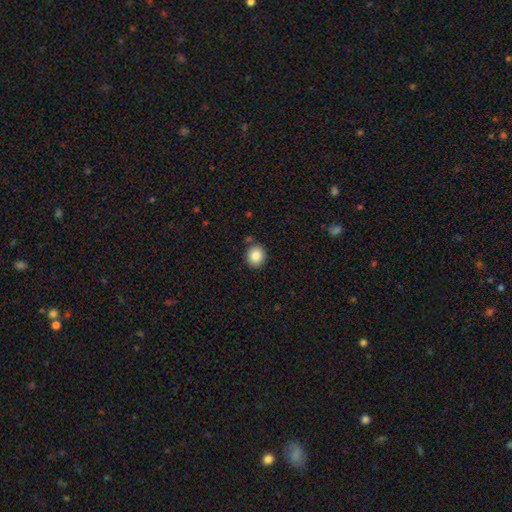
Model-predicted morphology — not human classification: A smooth galaxy with no disk features (86%) that is round (81%). Merging: none (85%).